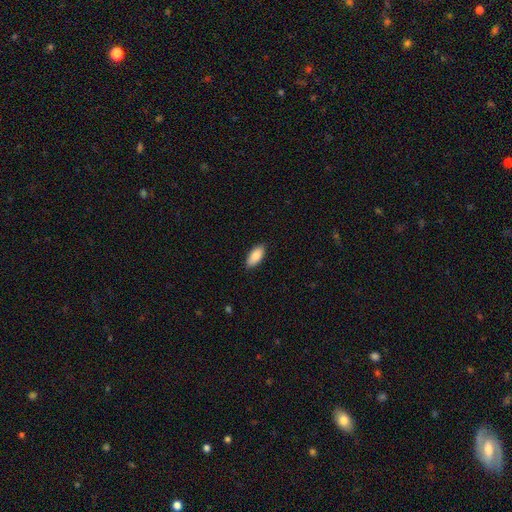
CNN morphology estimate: Smooth or featured: smooth — 88% (star or artifact — 6%)
How rounded: in between — 89% (cigar-shaped — 9%)
Merging: none — 87% (minor disturbance — 10%)